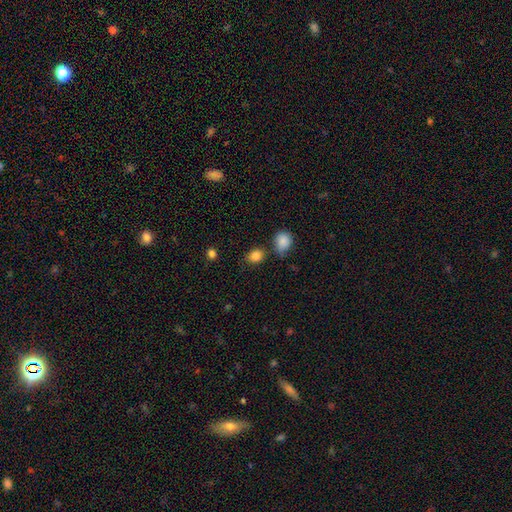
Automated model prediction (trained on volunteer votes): Smooth or featured? smooth (85%)
How rounded? round (50%)
Merging? none (72%)